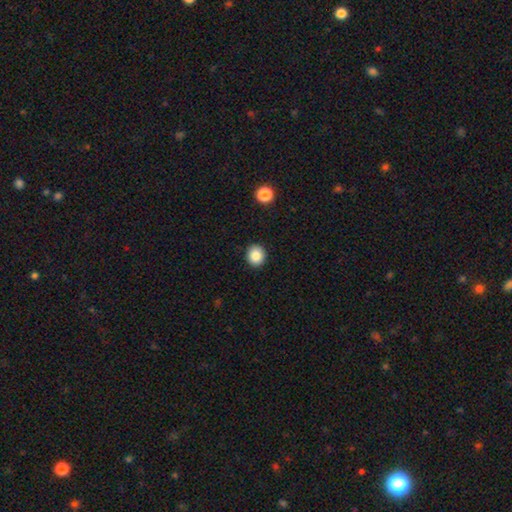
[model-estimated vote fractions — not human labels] The model was most divided on "how rounded": round: 81%, in between: 18%, cigar-shaped: 1%. More confident: merging — none (91%); smooth or featured — smooth (86%).